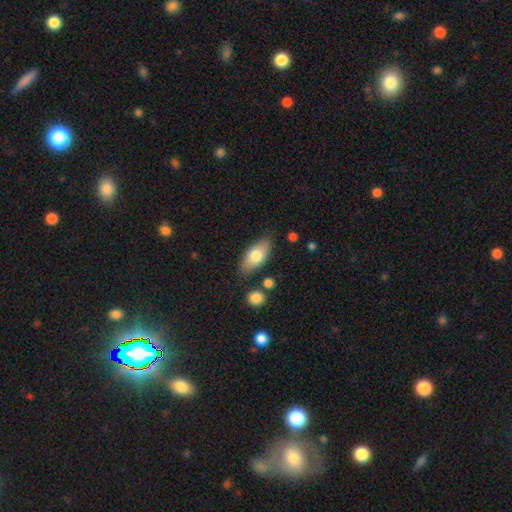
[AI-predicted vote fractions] Morphology: type=smooth (74%); roundness=in between (87%); merging=none (81%).